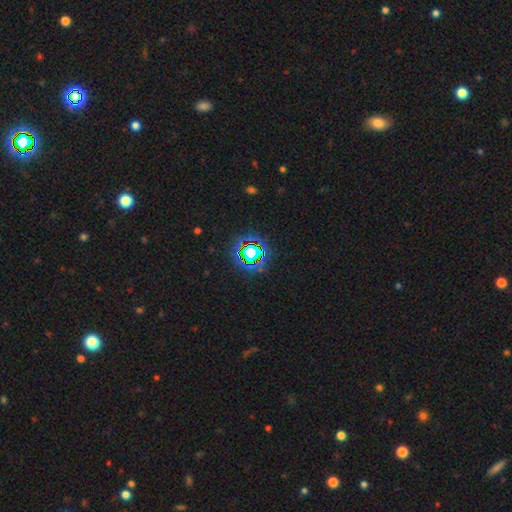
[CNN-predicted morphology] Smooth or featured? star or artifact (71%)